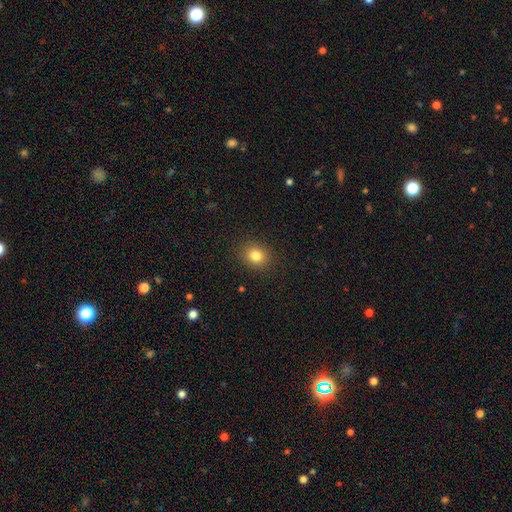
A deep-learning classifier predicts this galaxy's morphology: smooth_or_featured: smooth (p=0.82) [alt: star or artifact p=0.12]
how_rounded: round (p=0.70) [alt: in between p=0.29]
merging: none (p=0.89) [alt: minor disturbance p=0.07]